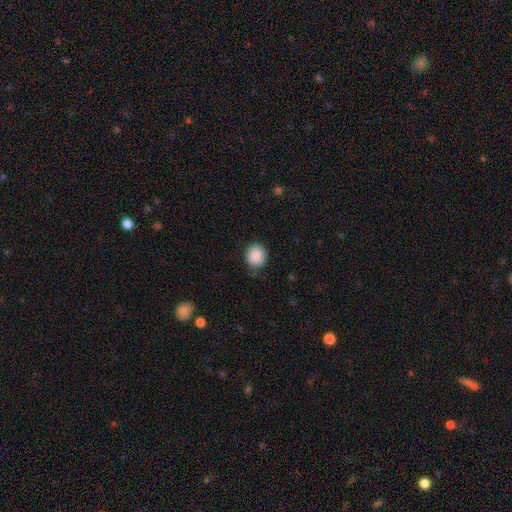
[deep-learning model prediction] This is clearly a smooth galaxy (89%). How rounded: clearly round (82%). Merging: clearly none (85%).